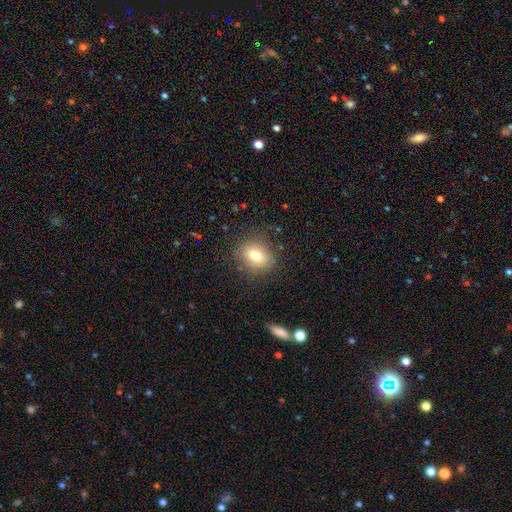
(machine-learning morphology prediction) This is likely a smooth galaxy (76%). How rounded: possibly in between (53%). Merging: clearly none (85%).